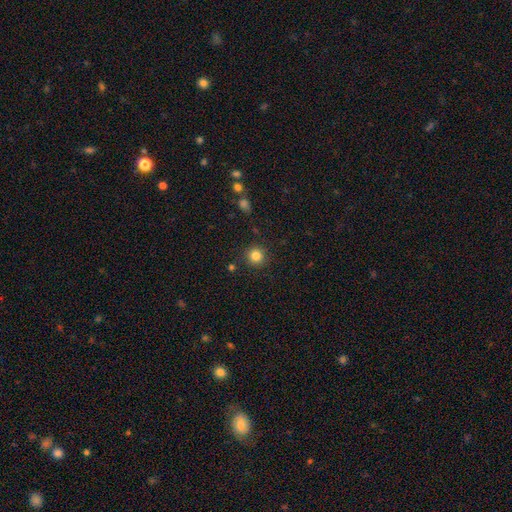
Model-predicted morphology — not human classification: This is clearly a smooth galaxy (83%). How rounded: clearly round (94%). Merging: clearly none (90%).